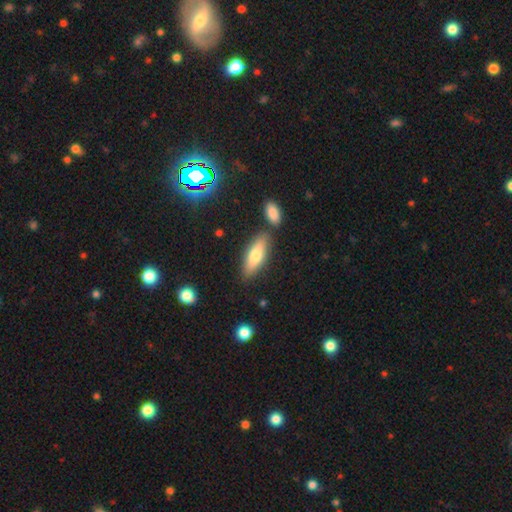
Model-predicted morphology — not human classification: Smooth or featured?
  - smooth: 69% *
  - featured or disk: 25%
  - star or artifact: 7%
How rounded?
  - in between: 57% *
  - cigar-shaped: 40%
  - round: 2%
Merging?
  - none: 77% *
  - minor disturbance: 12%
  - merger: 9%
  - major disturbance: 3%